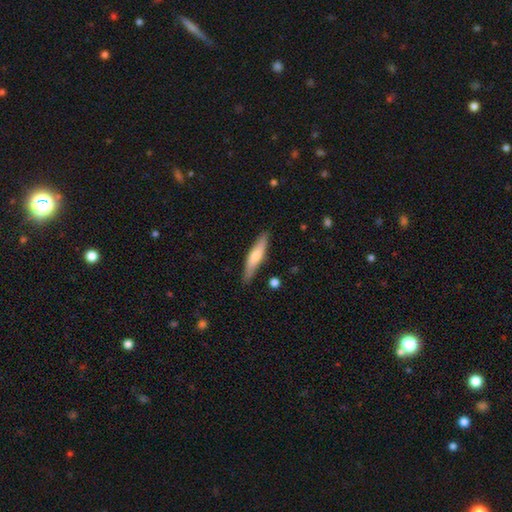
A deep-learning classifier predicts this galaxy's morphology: Smooth or featured? smooth (61%)
How rounded? cigar-shaped (82%)
Merging? none (83%)